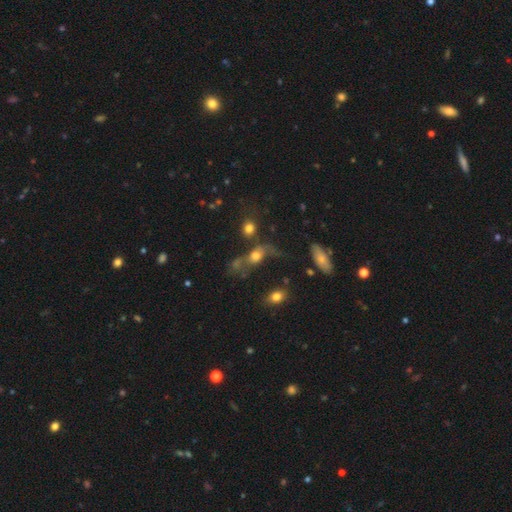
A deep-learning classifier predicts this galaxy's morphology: smooth-or-featured: smooth: 56% | featured or disk: 28% | star or artifact: 16%
  how-rounded: in between: 59% | round: 32% | cigar-shaped: 10%
  merging: none: 32% | major disturbance: 29% | merger: 21% | minor disturbance: 18%